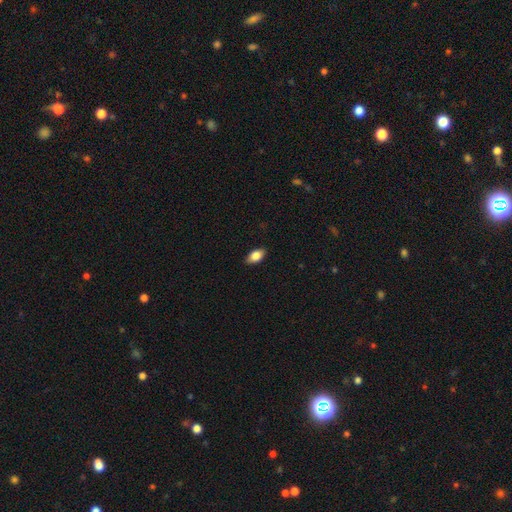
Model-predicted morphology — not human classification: Overall: smooth (82%). How rounded: in between (90%). Merging: none (87%).